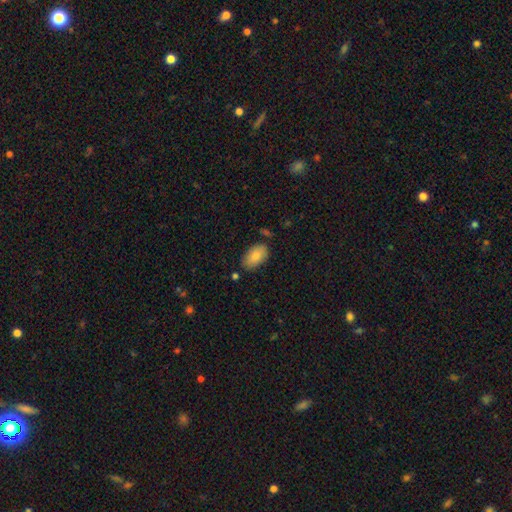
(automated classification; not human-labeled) Smooth or featured?
  - smooth: 82% *
  - featured or disk: 11%
  - star or artifact: 7%
How rounded?
  - in between: 94% *
  - round: 5%
  - cigar-shaped: 2%
Merging?
  - none: 78% *
  - minor disturbance: 15%
  - merger: 4%
  - major disturbance: 3%